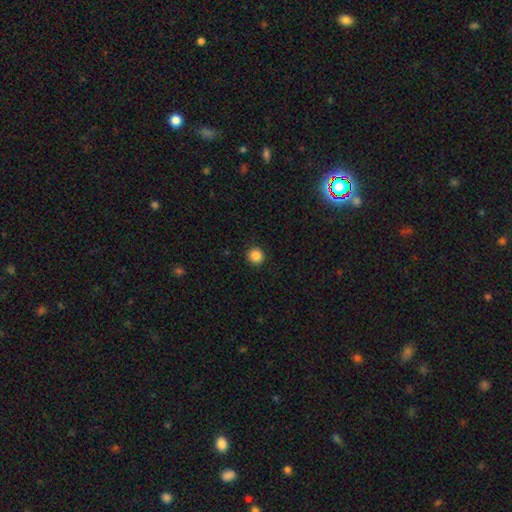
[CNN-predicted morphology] Q: Smooth or featured?
A: smooth (86%); runner-up: star or artifact (10%)
Q: How rounded?
A: round (93%); runner-up: in between (6%)
Q: Merging?
A: none (92%); runner-up: minor disturbance (5%)